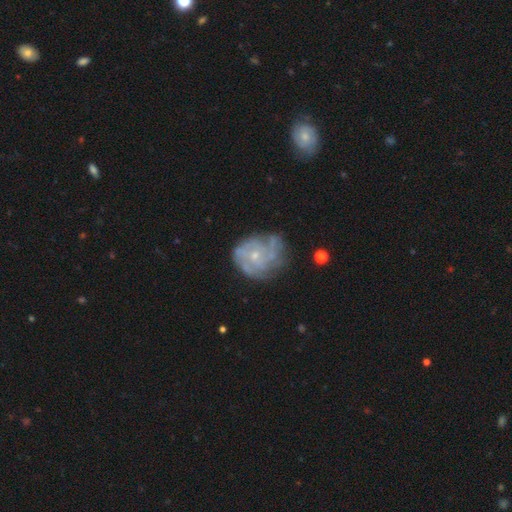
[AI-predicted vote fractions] A featured or disk galaxy (77%) with no bar (80%), tight (54%) spiral arms (82%) and a small central bulge (73%).

Vote fractions:
- Smooth or featured? featured or disk: 77% / smooth: 16% / star or artifact: 8%
- Edge-on disk? no: 98% / yes: 2%
- Bar? no: 80% / weak: 18% / strong: 2%
- Spiral arms? yes: 82% / no: 18%
- Spiral winding? tight: 54% / medium: 33% / loose: 13%
- Spiral arm count? can't tell: 42% / 4: 18% / 3: 17% / 2: 10% / more than 4: 7% / 1: 6%
- Bulge size? small: 73% / moderate: 22% / none: 3% / large: 1% / dominant: 1%
- Merging? none: 59% / minor disturbance: 25% / major disturbance: 13% / merger: 3%